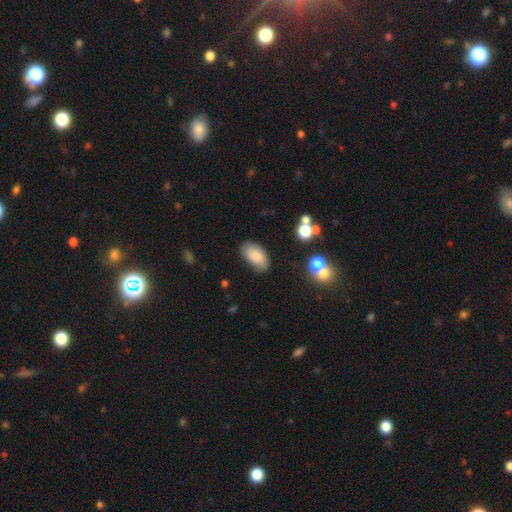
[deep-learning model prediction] smooth 84%, featured or disk 9%, star or artifact 7%. Down the decision tree: how rounded — in between (94%); merging — none (79%).